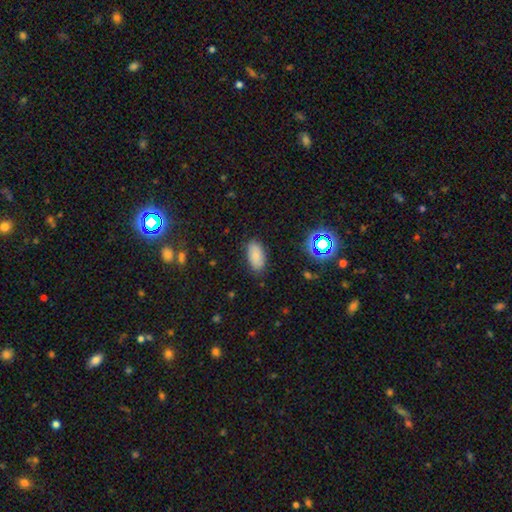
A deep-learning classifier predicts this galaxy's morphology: smooth_or_featured: smooth (p=0.83) [alt: star or artifact p=0.10]
how_rounded: in between (p=0.93) [alt: cigar-shaped p=0.04]
merging: none (p=0.85) [alt: minor disturbance p=0.11]